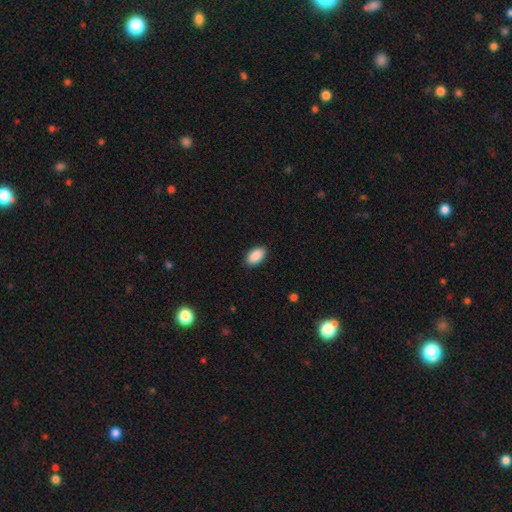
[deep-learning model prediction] smooth-or-featured: smooth: 91% | star or artifact: 7% | featured or disk: 3%
  how-rounded: in between: 94% | round: 4% | cigar-shaped: 2%
  merging: none: 89% | minor disturbance: 8% | major disturbance: 2% | merger: 1%